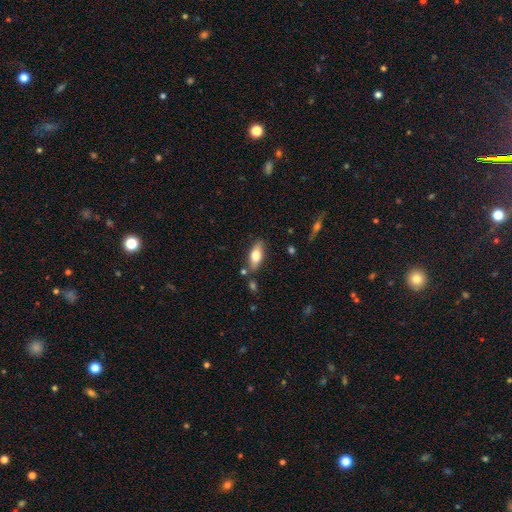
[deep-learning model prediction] This is likely a smooth galaxy (68%). How rounded: likely in between (79%). Merging: likely none (79%).